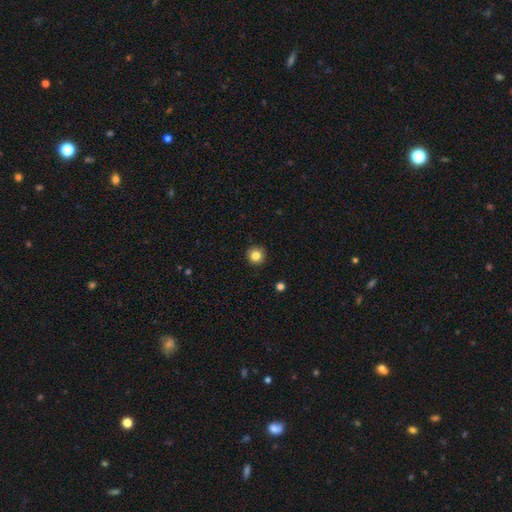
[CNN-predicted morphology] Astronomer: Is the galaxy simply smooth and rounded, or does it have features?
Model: smooth — 83%.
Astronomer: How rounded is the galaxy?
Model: round — 95%.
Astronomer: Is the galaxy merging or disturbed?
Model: none — 91%.